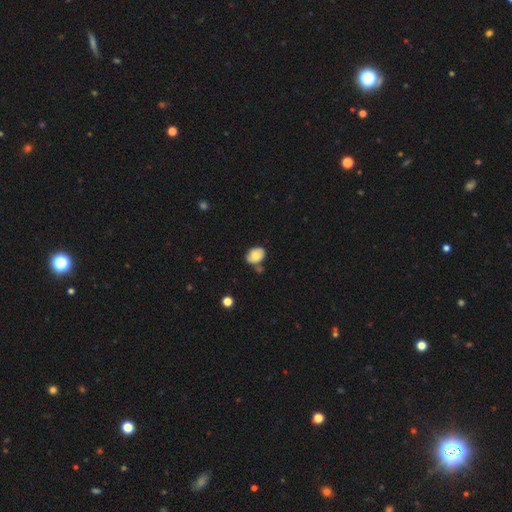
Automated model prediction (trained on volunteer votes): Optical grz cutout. It shows a smooth galaxy with no disk features (74%) that is in between round and cigar-shaped (63%). Merging: none (63%).